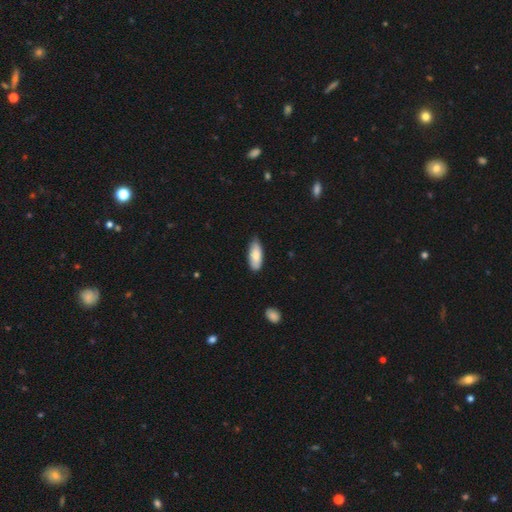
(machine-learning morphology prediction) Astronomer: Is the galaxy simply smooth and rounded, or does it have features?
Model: smooth — 80%.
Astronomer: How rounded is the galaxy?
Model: in between — 79%.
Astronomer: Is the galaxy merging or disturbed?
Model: none — 75%.